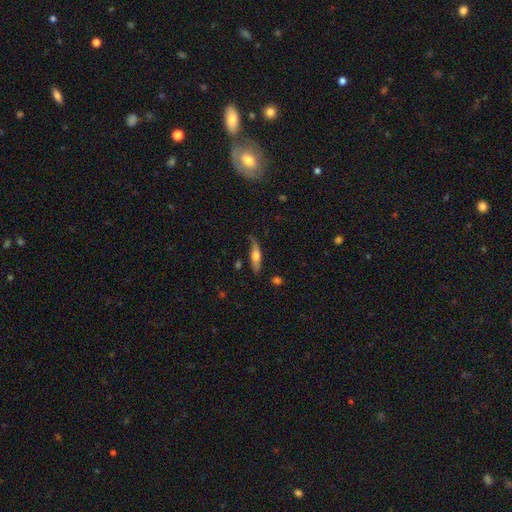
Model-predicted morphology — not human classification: Overall: smooth (49%; featured or disk 45%). Merging: none (65%).